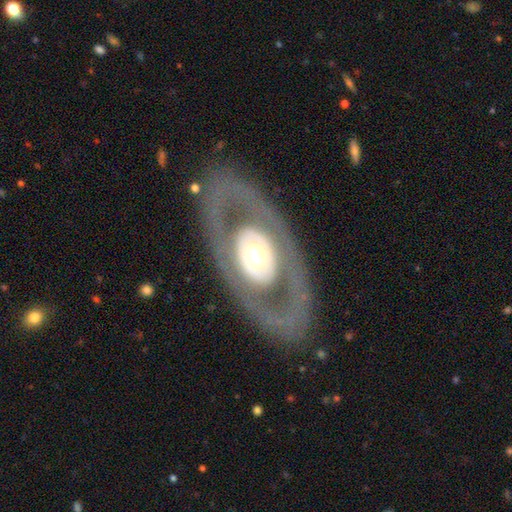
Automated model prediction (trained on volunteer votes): This appears to be a featured or disk galaxy (69%) with no bar (88%), no spiral arms (86%) and a moderate central bulge (52%). Merging: none (81%).